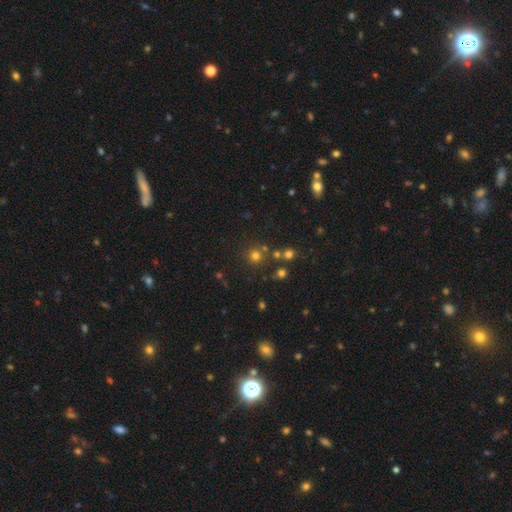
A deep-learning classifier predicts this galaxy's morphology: smooth 71%, star or artifact 22%, featured or disk 8%. Down the decision tree: how rounded — round (93%); merging — none (77%).